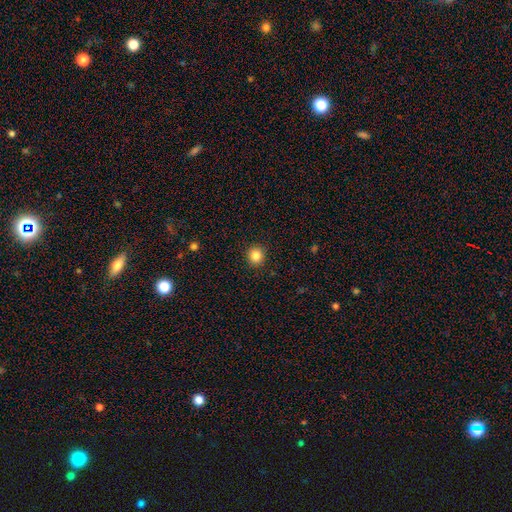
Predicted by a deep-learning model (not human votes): Smooth or featured? Predicted: smooth (p=0.85). How rounded? Predicted: round (p=0.91). Merging? Predicted: none (p=0.92).